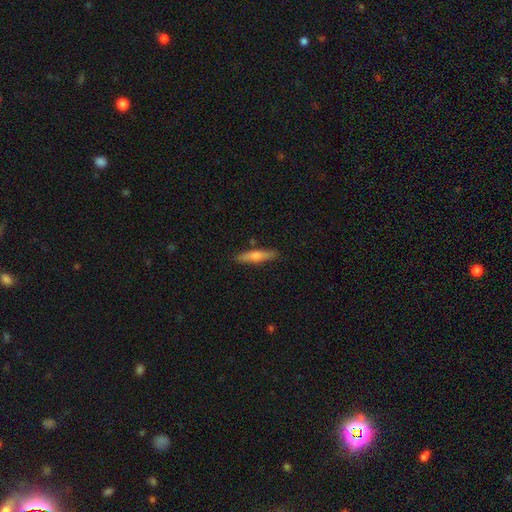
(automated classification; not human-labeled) Smooth or featured?
  - smooth: 51% *
  - featured or disk: 42%
  - star or artifact: 7%
How rounded?
  - cigar-shaped: 88% *
  - in between: 10%
  - round: 2%
Merging?
  - none: 89% *
  - minor disturbance: 8%
  - major disturbance: 2%
  - merger: 2%